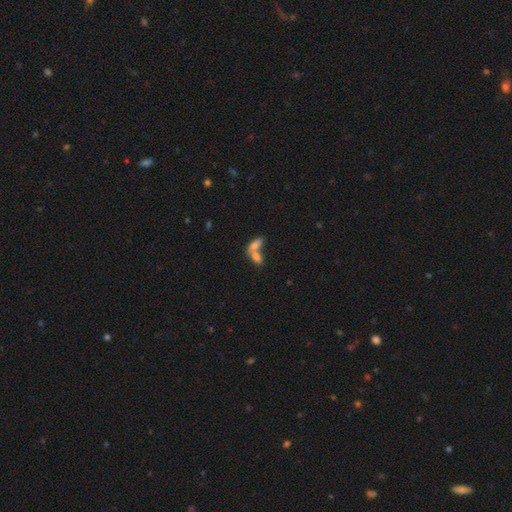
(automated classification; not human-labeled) The model was most divided on "merging": merger: 71%, none: 20%, minor disturbance: 5%, major disturbance: 4%. More confident: how rounded — in between (83%); smooth or featured — smooth (75%).